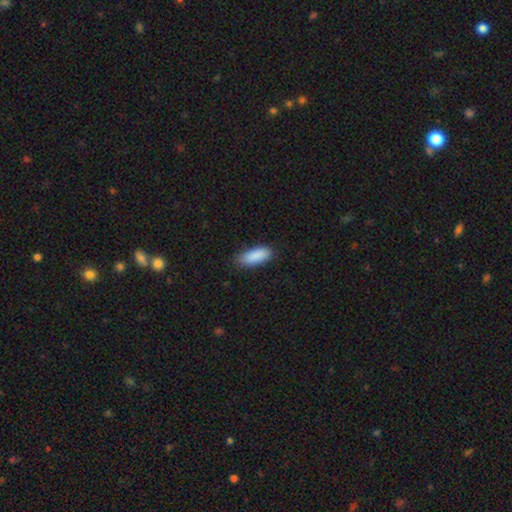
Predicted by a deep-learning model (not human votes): This appears to be a smooth galaxy with no disk features (90%) that is in between round and cigar-shaped (74%). Merging: none (82%).